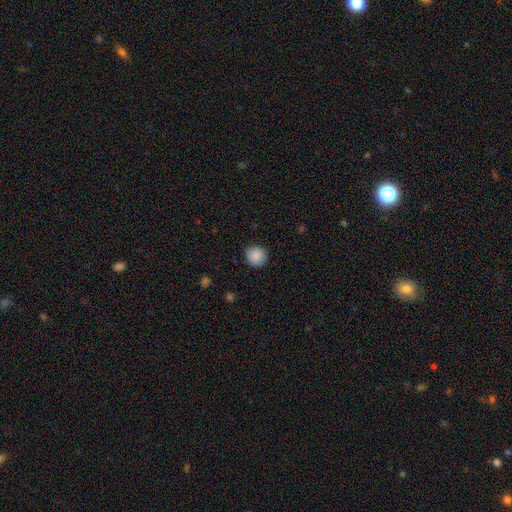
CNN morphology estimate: Smooth or featured? Predicted: smooth (p=0.88). How rounded? Predicted: round (p=0.93). Merging? Predicted: none (p=0.90).